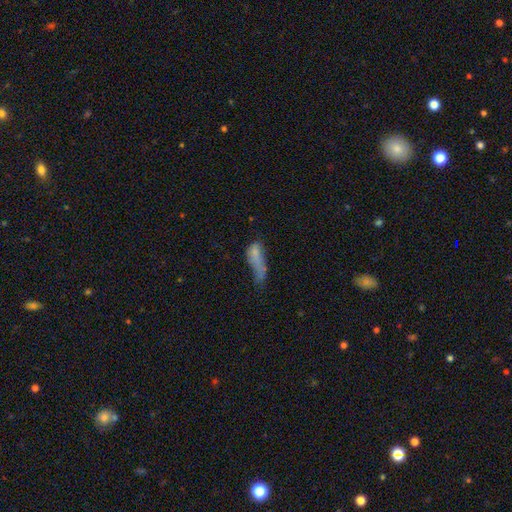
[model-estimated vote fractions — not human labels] Smooth or featured? Predicted: smooth (p=0.67). How rounded? Predicted: in between (p=0.61). Merging? Predicted: major disturbance (p=0.45).